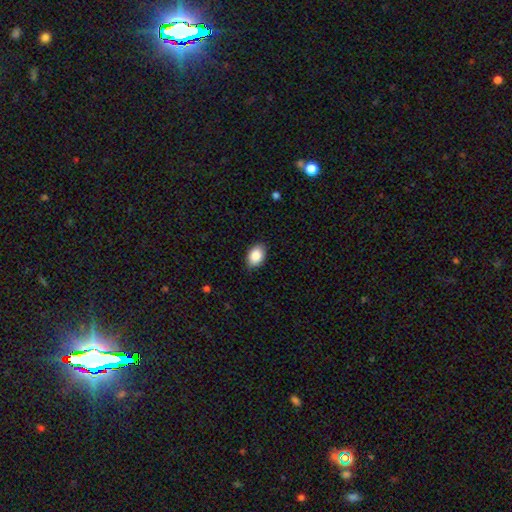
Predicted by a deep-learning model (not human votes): smooth-or-featured: smooth: 87% | star or artifact: 7% | featured or disk: 6%
  how-rounded: in between: 85% | round: 14% | cigar-shaped: 1%
  merging: none: 85% | minor disturbance: 11% | major disturbance: 2% | merger: 1%